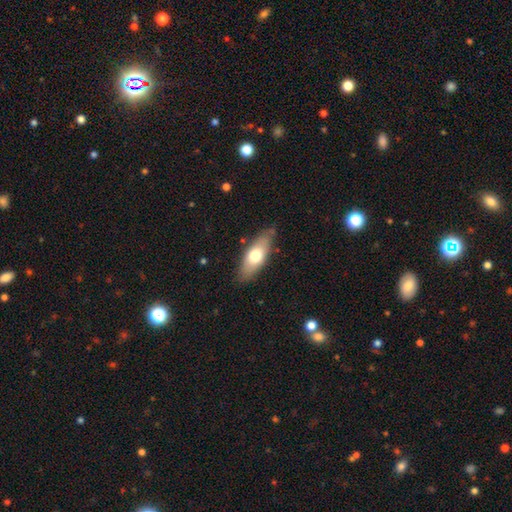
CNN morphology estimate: smooth_or_featured: smooth (p=0.57) [alt: featured or disk p=0.36]
how_rounded: in between (p=0.65) [alt: cigar-shaped p=0.31]
merging: none (p=0.83) [alt: minor disturbance p=0.13]